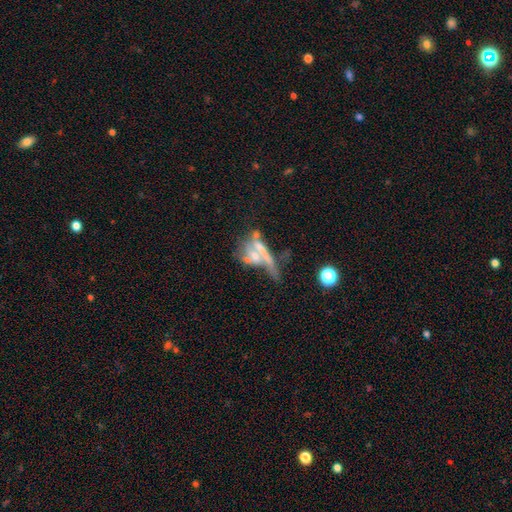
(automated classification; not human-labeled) Overall: featured or disk (57%; smooth 31%). Edge-on disk: no (69%; yes 31%). Merging: merger (53%; major disturbance 20%).